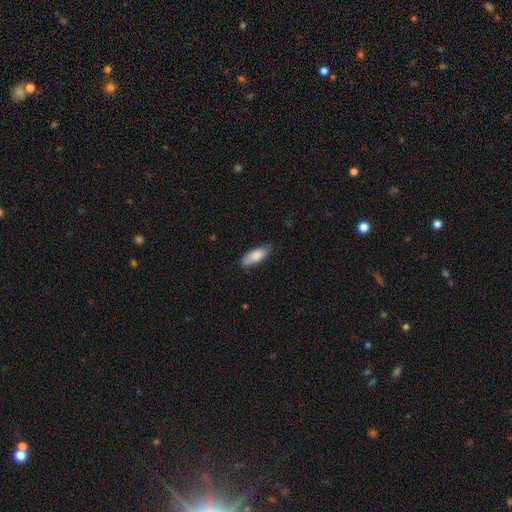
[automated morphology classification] smooth 82%, featured or disk 12%, star or artifact 6%. Down the decision tree: how rounded — in between (74%); merging — none (76%).